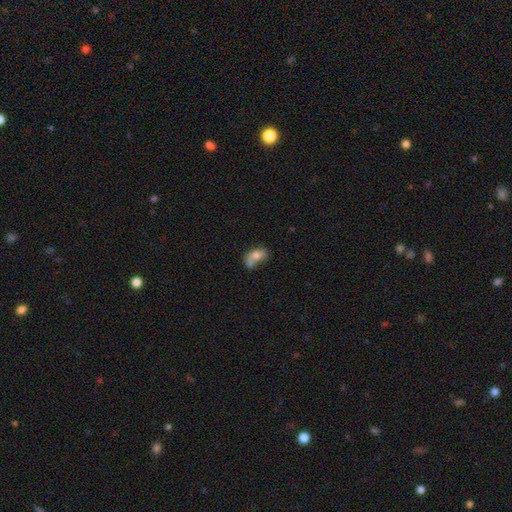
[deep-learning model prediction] The model was most divided on "merging": merger: 36%, none: 28%, minor disturbance: 22%, major disturbance: 14%. More confident: how rounded — in between (82%); smooth or featured — smooth (70%).